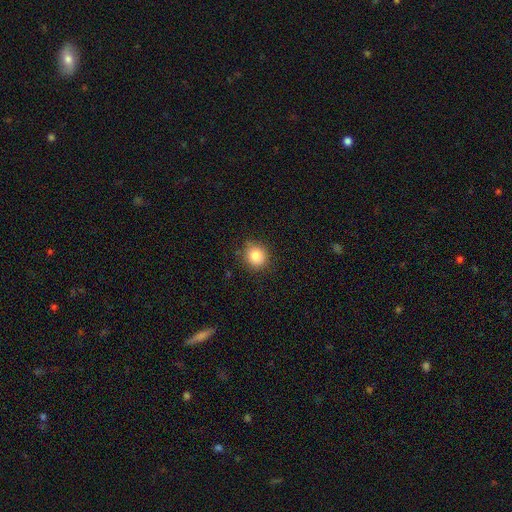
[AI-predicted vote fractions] smooth-or-featured: smooth: 85% | star or artifact: 10% | featured or disk: 5%
  how-rounded: round: 84% | in between: 15% | cigar-shaped: 1%
  merging: none: 84% | minor disturbance: 12% | major disturbance: 3% | merger: 1%